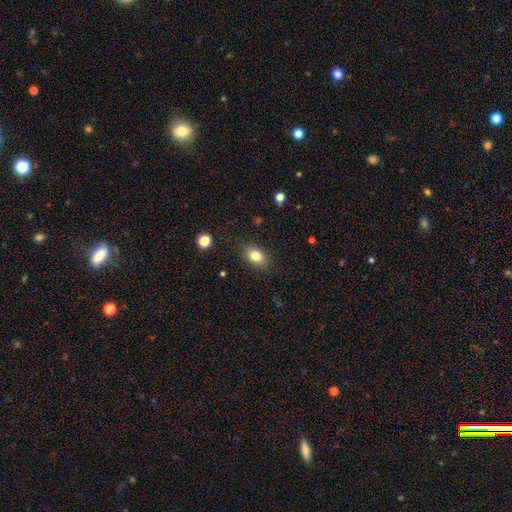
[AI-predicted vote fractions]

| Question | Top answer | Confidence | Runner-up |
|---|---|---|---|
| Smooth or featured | smooth | 81% | featured or disk (10%) |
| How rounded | in between | 79% | round (19%) |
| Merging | none | 85% | minor disturbance (11%) |